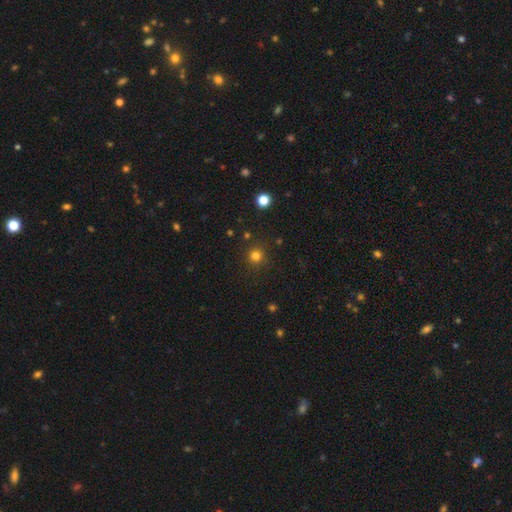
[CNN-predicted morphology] type=smooth (78%); roundness=round (94%); merging=none (89%).